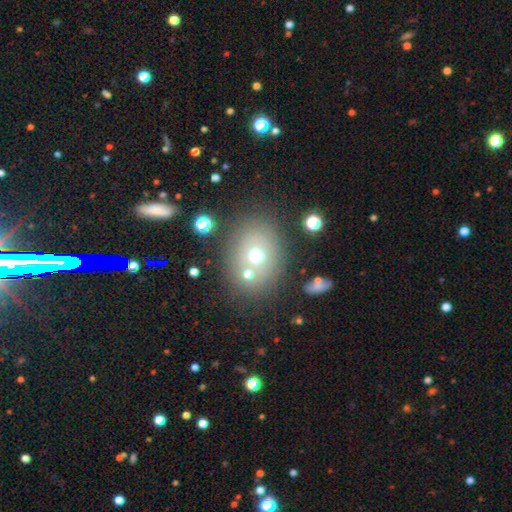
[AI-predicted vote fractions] smooth 60%, featured or disk 22%, star or artifact 19%. Down the decision tree: how rounded — round (51%); merging — none (64%).